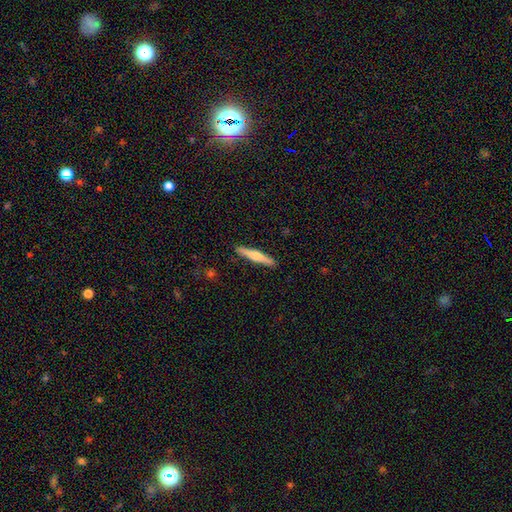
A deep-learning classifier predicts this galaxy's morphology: Smooth or featured? Predicted: smooth (p=0.53). How rounded? Predicted: cigar-shaped (p=0.92). Merging? Predicted: none (p=0.91).